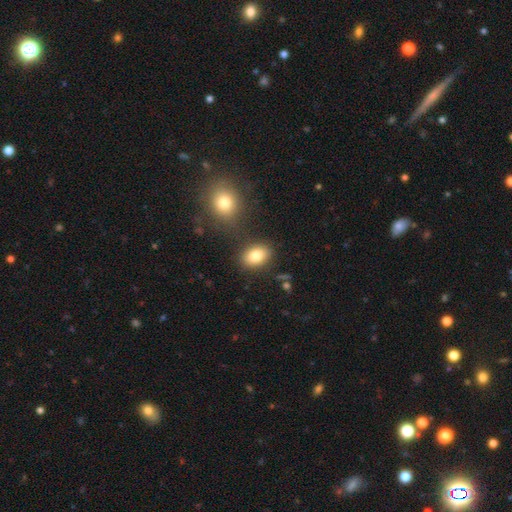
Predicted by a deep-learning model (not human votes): The model was most divided on "how rounded": in between: 78%, round: 21%, cigar-shaped: 1%. More confident: smooth or featured — smooth (82%); merging — none (81%).